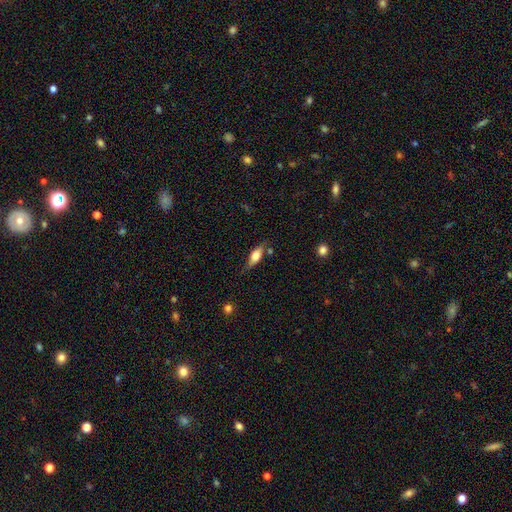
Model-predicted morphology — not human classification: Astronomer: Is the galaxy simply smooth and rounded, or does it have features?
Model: smooth — 59% (runner-up: featured or disk, 34%).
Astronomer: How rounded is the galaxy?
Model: in between — 69%.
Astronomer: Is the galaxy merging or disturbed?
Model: none — 64%.